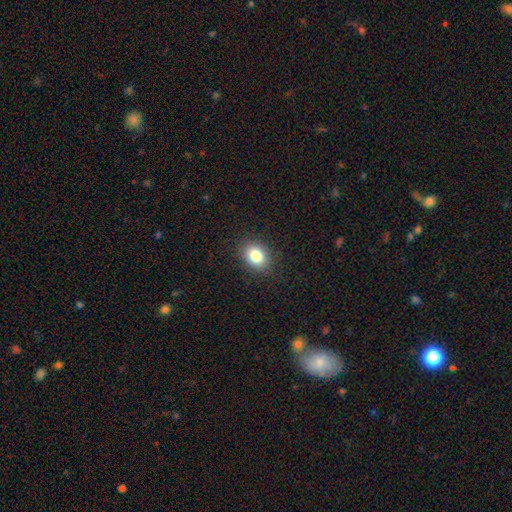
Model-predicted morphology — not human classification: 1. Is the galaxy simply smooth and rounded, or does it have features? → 83% smooth, 10% star or artifact, 7% featured or disk.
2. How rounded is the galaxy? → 63% in between, 36% round, 1% cigar-shaped.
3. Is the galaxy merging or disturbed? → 88% none, 8% minor disturbance, 2% major disturbance, 1% merger.